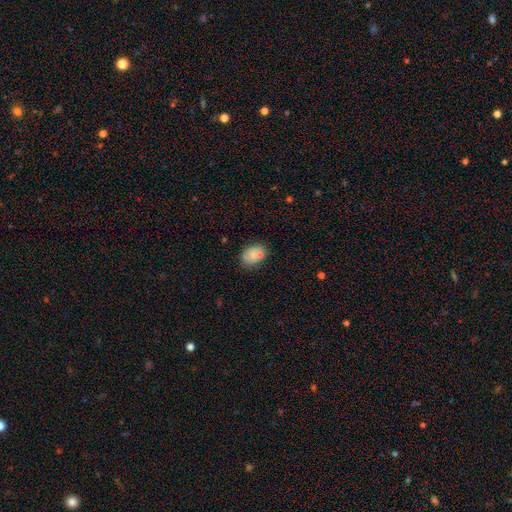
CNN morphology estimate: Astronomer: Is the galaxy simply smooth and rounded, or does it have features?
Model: smooth — 68%.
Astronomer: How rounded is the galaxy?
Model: in between — 76%.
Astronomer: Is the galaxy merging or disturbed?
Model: none — 67%.